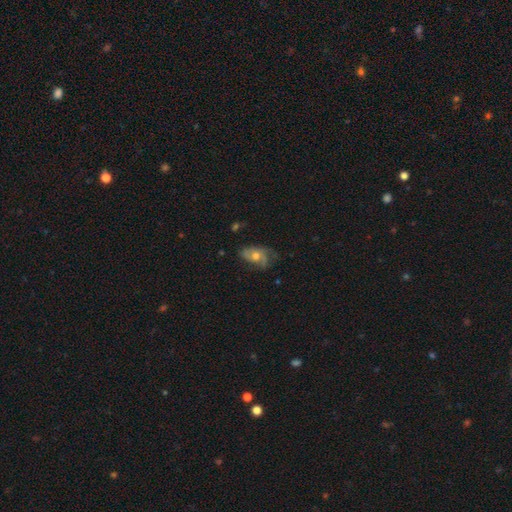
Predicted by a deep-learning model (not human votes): Morphology: type=featured or disk (59%); edge-on=no (95%); bar=no (78%); spiral arms=yes (79%); bulge=moderate (68%); merging=none (49%).